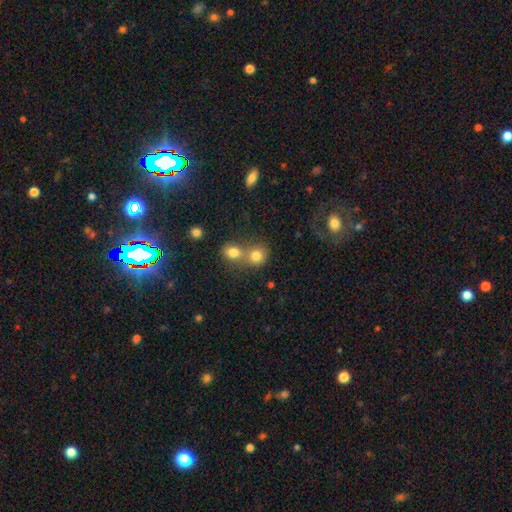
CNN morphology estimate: Overall: smooth (79%). How rounded: round (78%). Merging: merger (52%; none 38%).